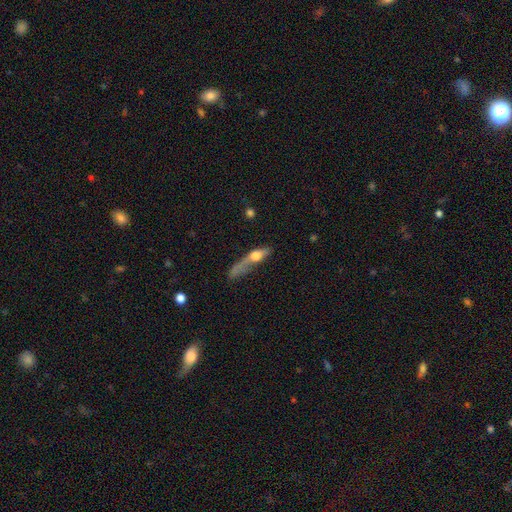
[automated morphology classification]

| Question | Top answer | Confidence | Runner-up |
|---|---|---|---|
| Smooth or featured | smooth | 51% | featured or disk (41%) |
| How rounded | cigar-shaped | 61% | in between (30%) |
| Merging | major disturbance | 40% | none (25%) |